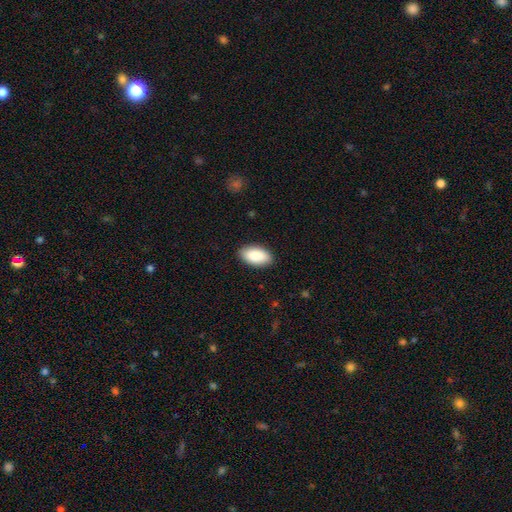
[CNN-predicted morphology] Smooth or featured: smooth — 89% (star or artifact — 6%)
How rounded: in between — 95% (round — 3%)
Merging: none — 88% (minor disturbance — 9%)